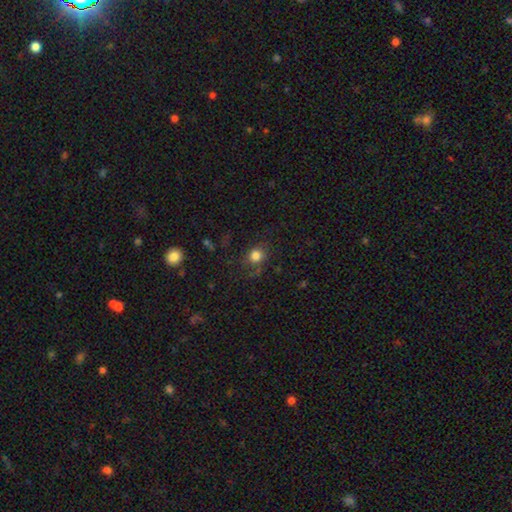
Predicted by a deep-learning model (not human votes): Smooth or featured? smooth (78%)
How rounded? round (76%)
Merging? none (70%)